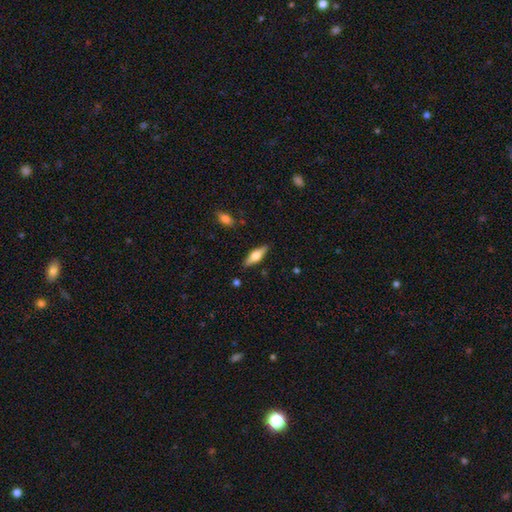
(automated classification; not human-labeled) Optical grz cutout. It shows a smooth galaxy with no disk features (51%) that is in between round and cigar-shaped (50%). Merging: none (86%).